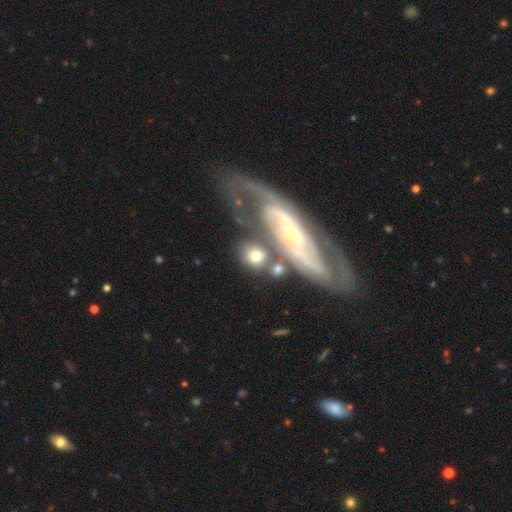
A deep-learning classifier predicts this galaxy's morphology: This is possibly a smooth galaxy (59%). How rounded: likely round (68%). Merging: possibly none (54%).